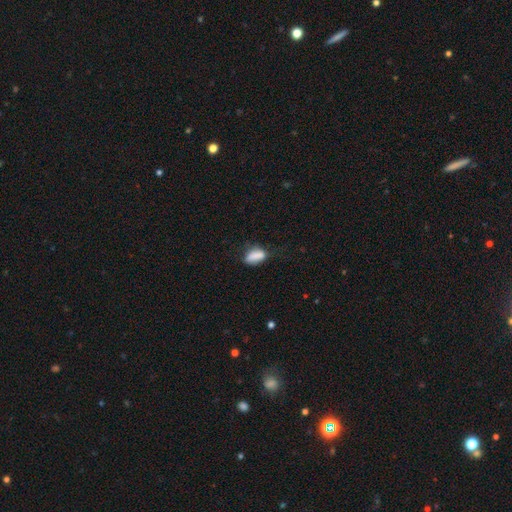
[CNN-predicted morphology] A smooth galaxy with no disk features (81%) that is in between round and cigar-shaped (87%).

Vote fractions:
- Smooth or featured? smooth: 81% / featured or disk: 10% / star or artifact: 9%
- How rounded? in between: 87% / cigar-shaped: 7% / round: 6%
- Merging? none: 49% / minor disturbance: 33% / major disturbance: 12% / merger: 6%